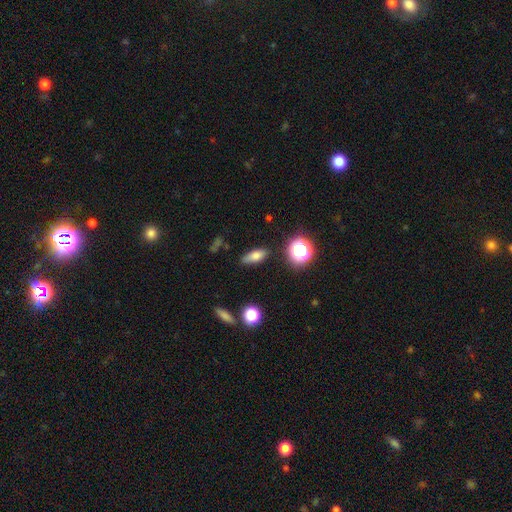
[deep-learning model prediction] This is likely a smooth galaxy (73%). How rounded: likely in between (66%). Merging: clearly none (80%).